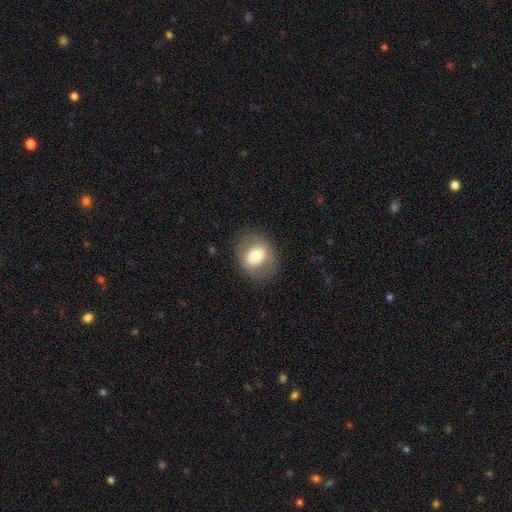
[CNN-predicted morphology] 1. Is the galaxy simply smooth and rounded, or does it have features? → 64% smooth, 29% featured or disk, 8% star or artifact.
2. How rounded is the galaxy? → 53% in between, 46% round, 1% cigar-shaped.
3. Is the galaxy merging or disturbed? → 80% none, 12% minor disturbance, 6% major disturbance, 1% merger.